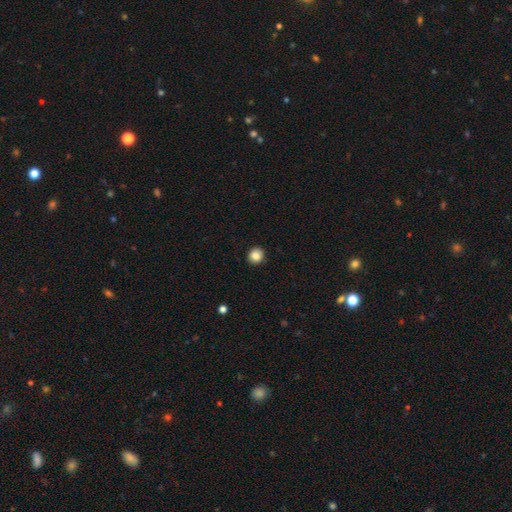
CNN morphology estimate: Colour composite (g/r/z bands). It shows a smooth galaxy with no disk features (86%) that is round (89%). Merging: none (92%).